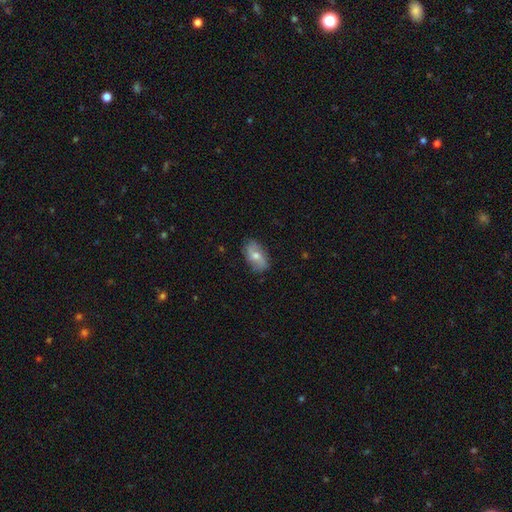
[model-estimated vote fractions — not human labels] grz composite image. It shows a featured or disk galaxy (45%, tied with smooth). Merging: none (80%).